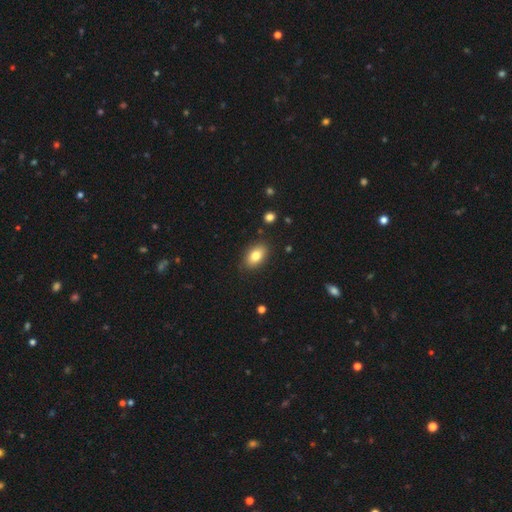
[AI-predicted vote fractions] Smooth or featured?
  - smooth: 81% *
  - featured or disk: 11%
  - star or artifact: 8%
How rounded?
  - in between: 89% *
  - round: 9%
  - cigar-shaped: 2%
Merging?
  - none: 86% *
  - minor disturbance: 10%
  - major disturbance: 2%
  - merger: 1%